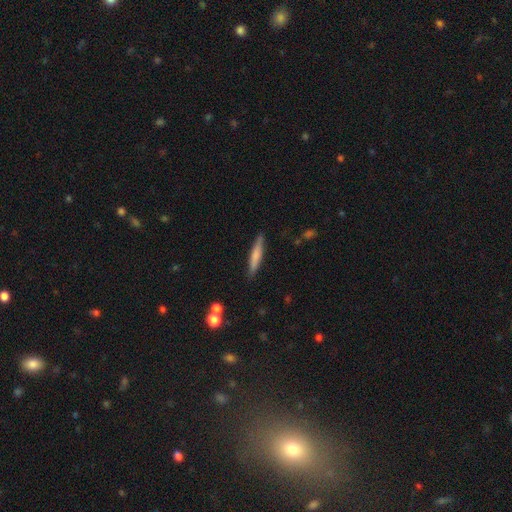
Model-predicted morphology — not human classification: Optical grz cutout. It shows a smooth galaxy with no disk features (67%) that is cigar-shaped (92%). Merging: none (87%).